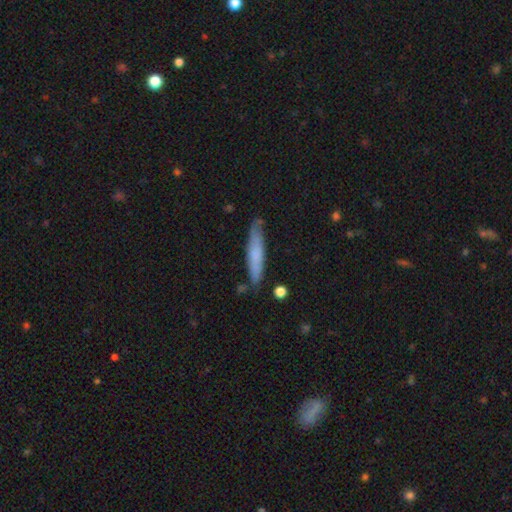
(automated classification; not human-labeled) Smooth or featured: smooth — 68% (featured or disk — 26%)
How rounded: cigar-shaped — 88% (in between — 11%)
Merging: none — 78% (minor disturbance — 16%)